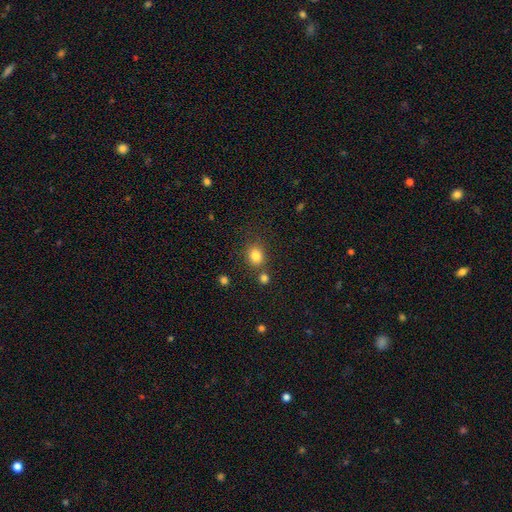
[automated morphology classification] Smooth or featured: smooth — 83% (star or artifact — 12%)
How rounded: round — 62% (in between — 37%)
Merging: none — 70% (merger — 14%)